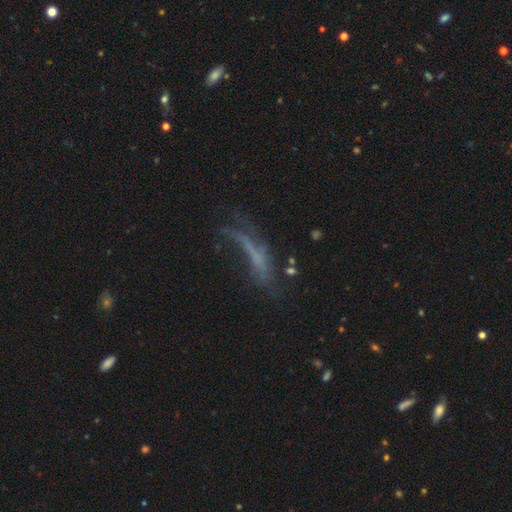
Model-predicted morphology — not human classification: Smooth or featured? Predicted: featured or disk (p=0.44). Merging? Predicted: major disturbance (p=0.37).